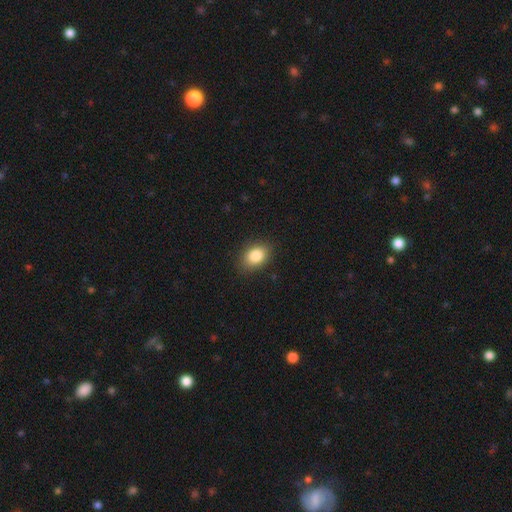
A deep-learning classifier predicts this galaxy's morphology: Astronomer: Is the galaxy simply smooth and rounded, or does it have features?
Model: smooth — 85%.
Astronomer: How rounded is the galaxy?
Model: in between — 74%.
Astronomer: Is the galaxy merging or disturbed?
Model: none — 85%.